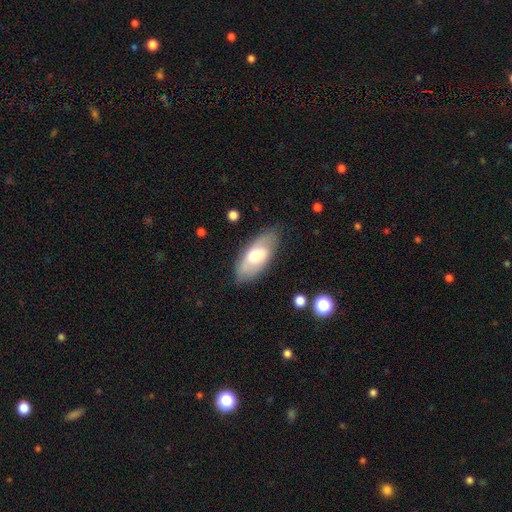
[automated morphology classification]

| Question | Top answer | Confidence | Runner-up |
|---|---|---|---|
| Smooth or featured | smooth | 58% | featured or disk (36%) |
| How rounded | in between | 86% | cigar-shaped (12%) |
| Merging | none | 79% | minor disturbance (16%) |